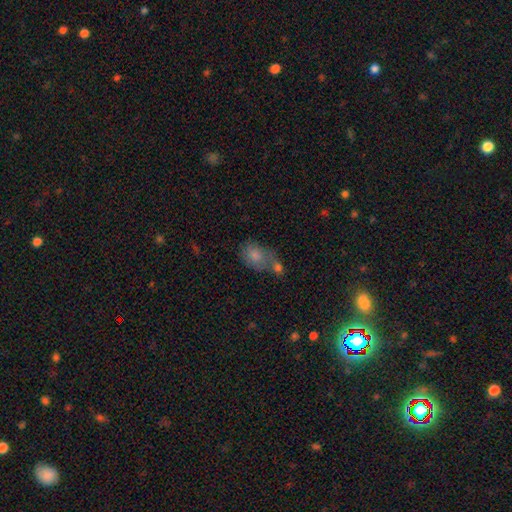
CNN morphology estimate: type=smooth (77%); roundness=in between (74%); merging=merger (44%).